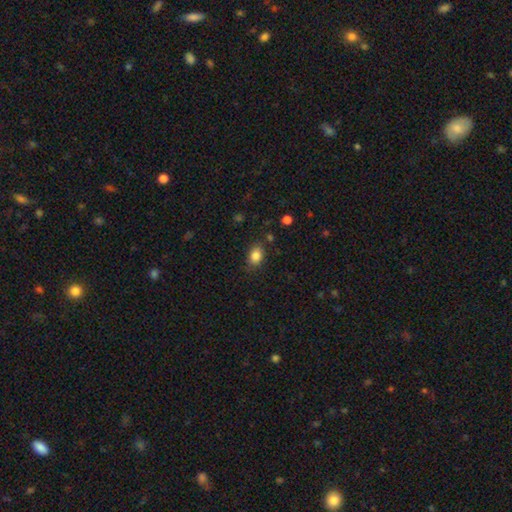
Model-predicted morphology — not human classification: Overall: smooth (85%). How rounded: in between (72%). Merging: none (80%).